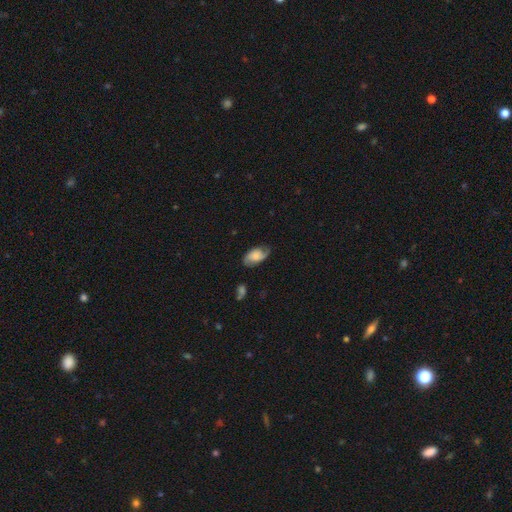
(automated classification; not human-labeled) smooth_or_featured: featured or disk (p=0.52) [alt: smooth p=0.39]
disk_edge_on: no (p=0.94) [alt: yes p=0.06]
merging: none (p=0.72) [alt: minor disturbance p=0.20]